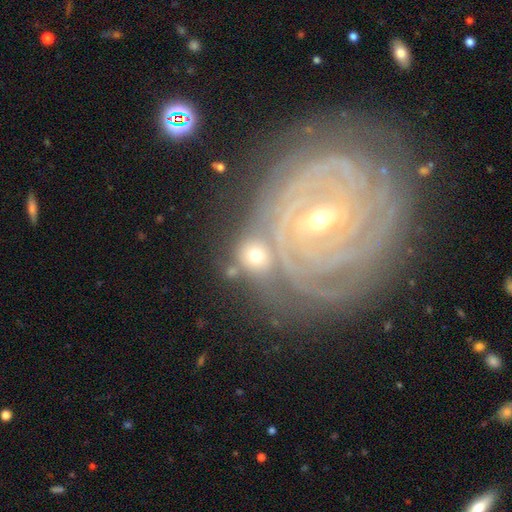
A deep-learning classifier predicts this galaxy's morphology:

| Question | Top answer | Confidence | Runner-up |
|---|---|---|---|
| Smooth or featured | smooth | 48% | featured or disk (38%) |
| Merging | none | 45% | merger (32%) |